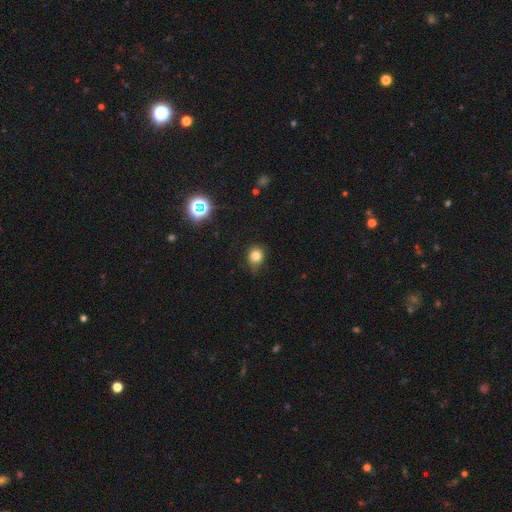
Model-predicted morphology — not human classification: smooth_or_featured: smooth (p=0.79) [alt: star or artifact p=0.14]
how_rounded: round (p=0.78) [alt: in between p=0.21]
merging: none (p=0.69) [alt: minor disturbance p=0.25]